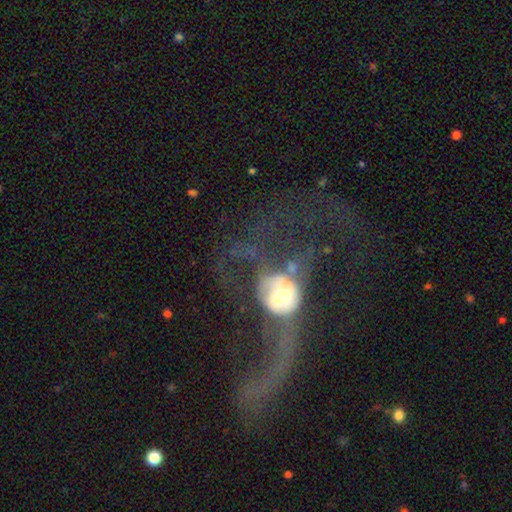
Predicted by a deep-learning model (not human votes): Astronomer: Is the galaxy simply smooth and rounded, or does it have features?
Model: featured or disk — 74%.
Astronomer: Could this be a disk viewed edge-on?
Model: no — 94%.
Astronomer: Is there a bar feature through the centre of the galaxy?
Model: no — 63%.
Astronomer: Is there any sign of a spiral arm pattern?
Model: yes — 72%.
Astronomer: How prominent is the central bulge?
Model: moderate — 49% (runner-up: large, 28%).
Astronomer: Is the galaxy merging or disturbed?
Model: major disturbance — 55%.